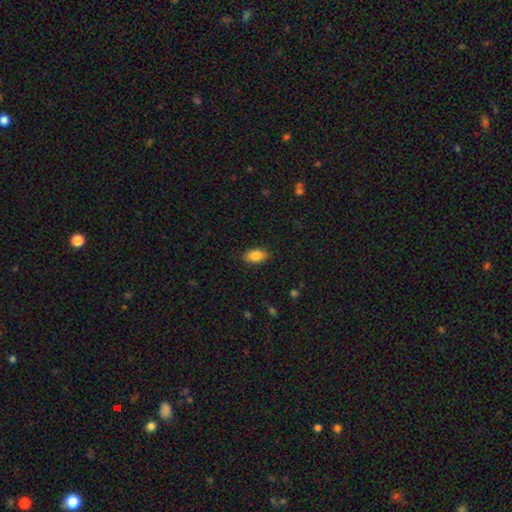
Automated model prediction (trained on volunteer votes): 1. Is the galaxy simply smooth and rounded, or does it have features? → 84% smooth, 9% featured or disk, 7% star or artifact.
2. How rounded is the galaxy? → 92% in between, 5% round, 3% cigar-shaped.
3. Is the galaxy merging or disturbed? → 88% none, 9% minor disturbance, 2% major disturbance, 1% merger.